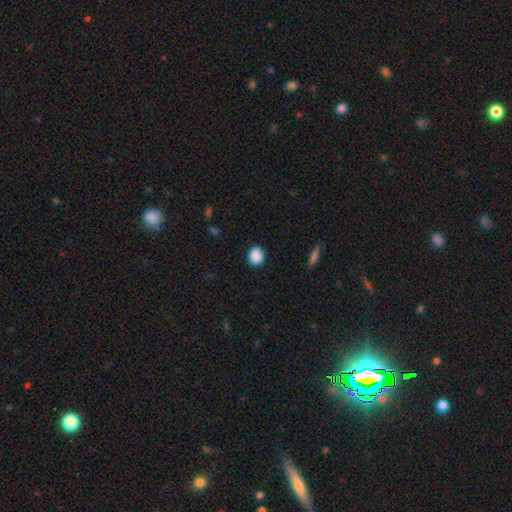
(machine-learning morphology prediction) Smooth or featured: smooth — 89% (star or artifact — 8%)
How rounded: round — 69% (in between — 30%)
Merging: none — 89% (minor disturbance — 7%)